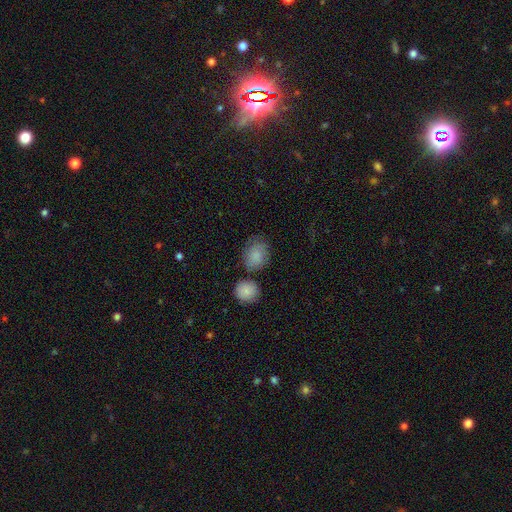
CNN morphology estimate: This appears to be a smooth galaxy with no disk features (83%) that is round (58%). Merging: none (62%).